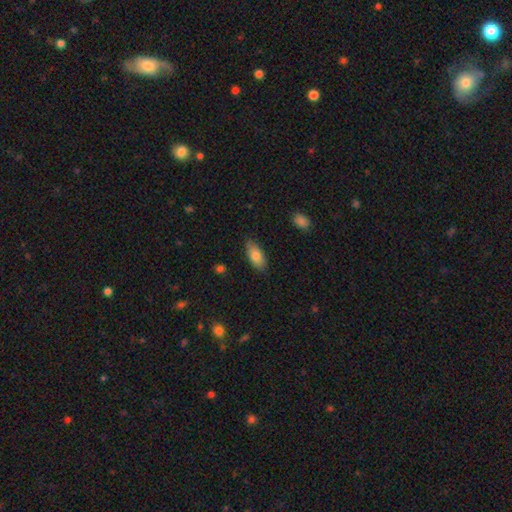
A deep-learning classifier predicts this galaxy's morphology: smooth_or_featured: smooth (p=0.80) [alt: featured or disk p=0.13]
how_rounded: in between (p=0.89) [alt: cigar-shaped p=0.08]
merging: none (p=0.82) [alt: minor disturbance p=0.14]